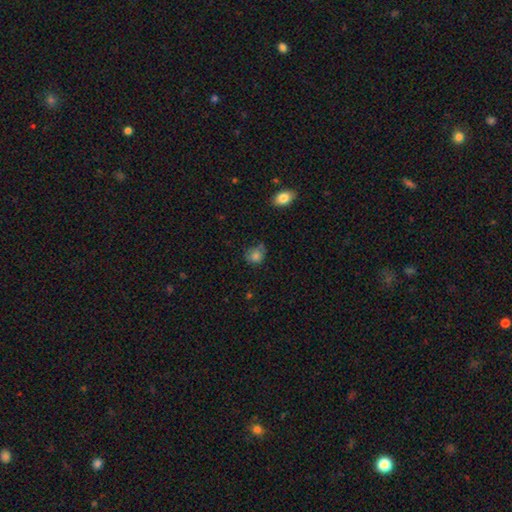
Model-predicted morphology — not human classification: smooth-or-featured: smooth: 80% | star or artifact: 11% | featured or disk: 9%
  how-rounded: round: 71% | in between: 28% | cigar-shaped: 1%
  merging: none: 55% | minor disturbance: 31% | major disturbance: 9% | merger: 5%